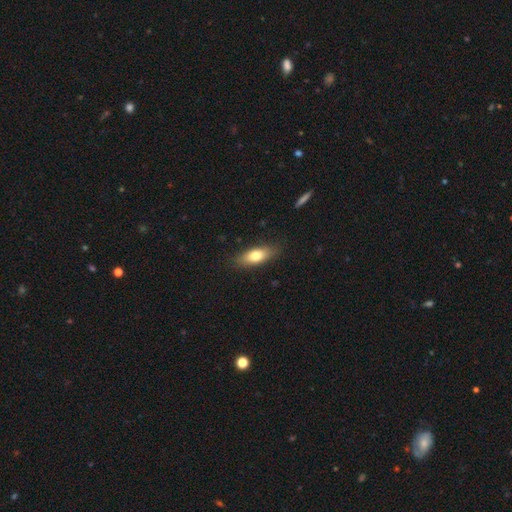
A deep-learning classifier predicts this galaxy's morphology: This appears to be a smooth galaxy with no disk features (75%) that is in between round and cigar-shaped (71%). Merging: none (84%).